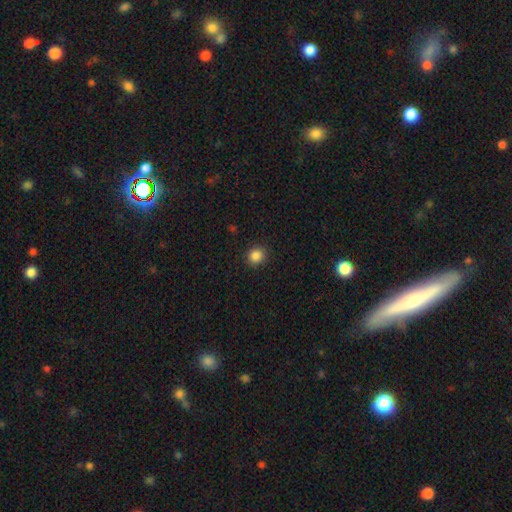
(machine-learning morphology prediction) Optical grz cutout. It shows a smooth galaxy with no disk features (86%) that is round (87%). Merging: none (90%).